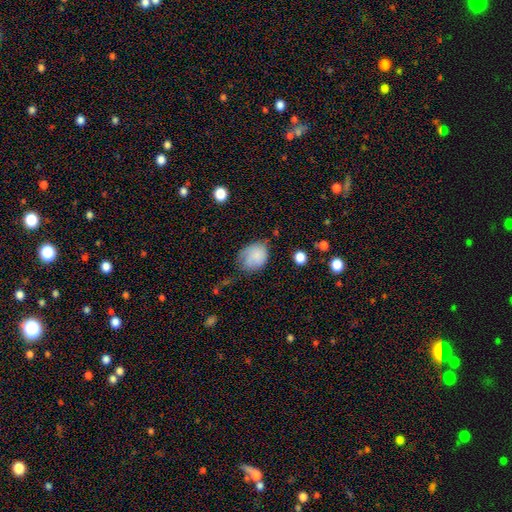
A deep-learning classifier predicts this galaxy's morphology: Q: Smooth or featured?
A: smooth (74%); runner-up: featured or disk (17%)
Q: How rounded?
A: in between (55%); runner-up: round (44%)
Q: Merging?
A: none (41%); runner-up: minor disturbance (37%)